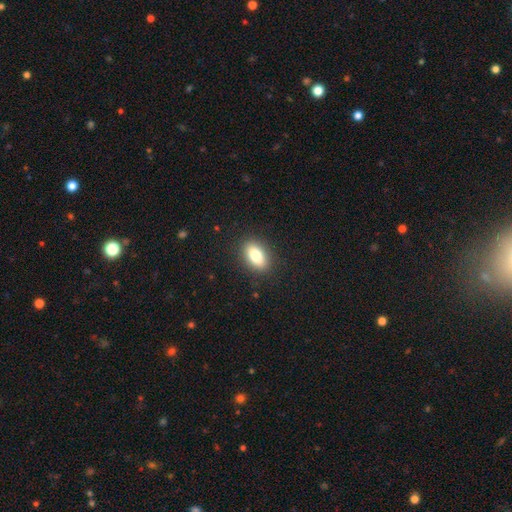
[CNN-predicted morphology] Overall: smooth (79%). How rounded: in between (88%). Merging: none (88%).